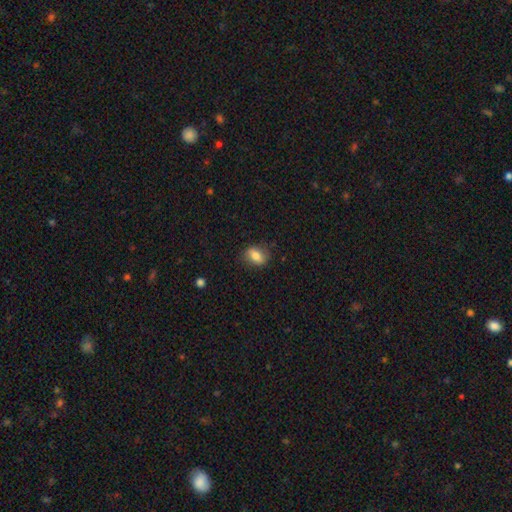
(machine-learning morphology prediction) Smooth or featured: smooth — 79% (featured or disk — 13%)
How rounded: in between — 74% (round — 23%)
Merging: none — 79% (minor disturbance — 16%)